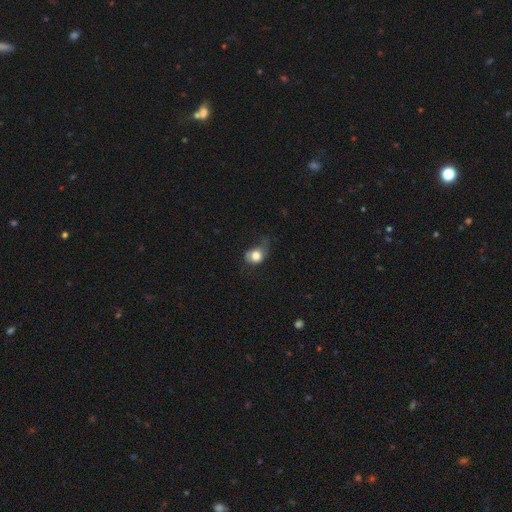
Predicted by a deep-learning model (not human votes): Smooth or featured? Predicted: smooth (p=0.75). How rounded? Predicted: round (p=0.59). Merging? Predicted: minor disturbance (p=0.35).